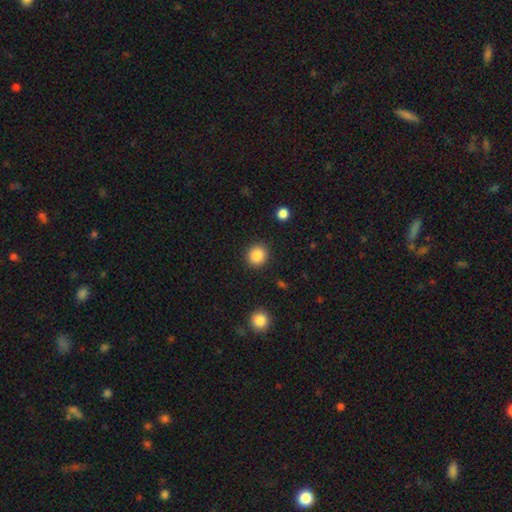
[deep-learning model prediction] Morphology: type=smooth (87%); roundness=round (85%); merging=none (90%).